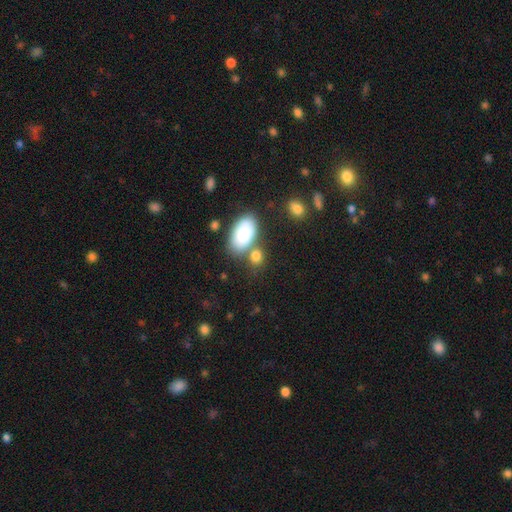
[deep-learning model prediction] This appears to be a smooth galaxy with no disk features (83%) that is in between round and cigar-shaped (71%). Merging: none (56%).